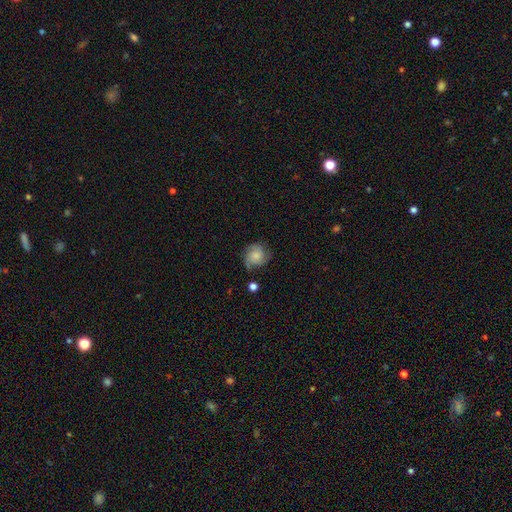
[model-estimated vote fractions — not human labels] This is possibly a featured or disk galaxy (50%). It is clearly not viewed edge-on (98%). Merging: likely none (65%).